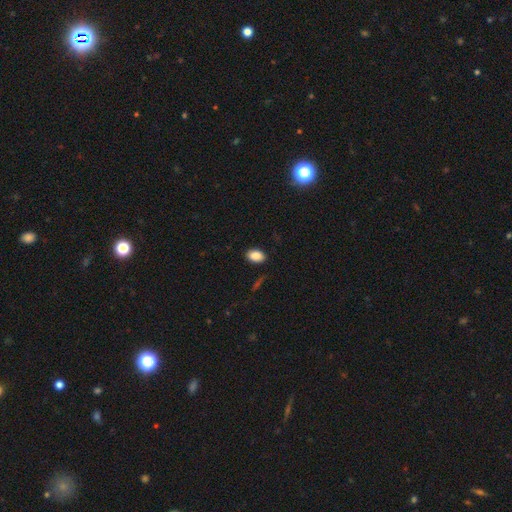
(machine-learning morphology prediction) A smooth galaxy with no disk features (87%) that is in between round and cigar-shaped (85%). Merging: none (87%).